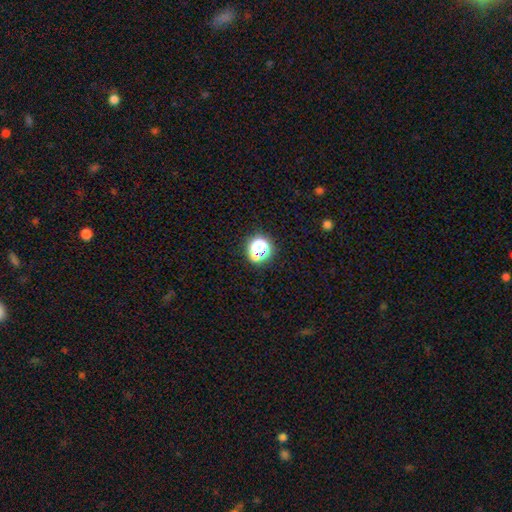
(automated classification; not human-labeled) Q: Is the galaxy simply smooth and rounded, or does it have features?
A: star or artifact — 48%.